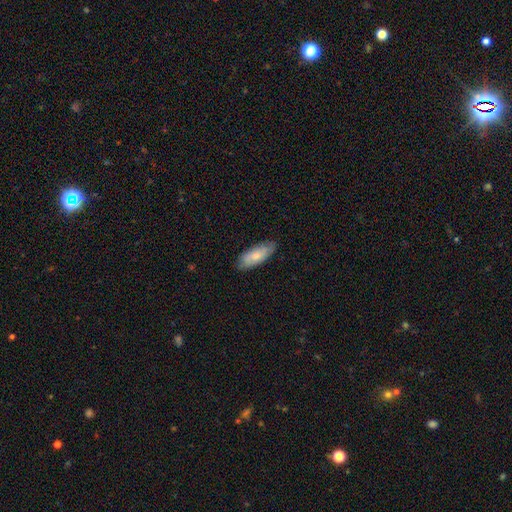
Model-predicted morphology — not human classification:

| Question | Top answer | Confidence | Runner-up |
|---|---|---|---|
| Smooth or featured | smooth | 76% | featured or disk (19%) |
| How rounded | in between | 75% | cigar-shaped (23%) |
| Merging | none | 81% | minor disturbance (15%) |